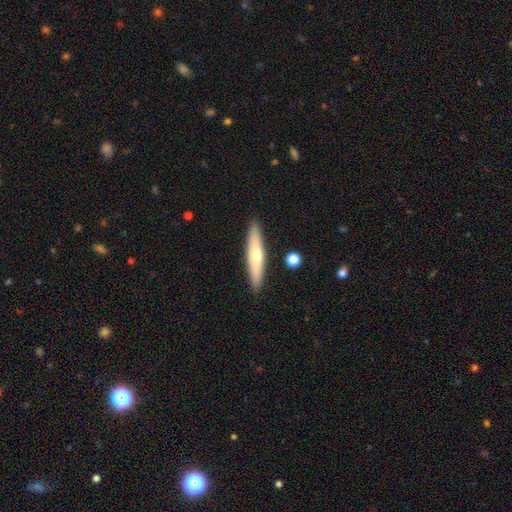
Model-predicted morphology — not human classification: Overall: smooth (54%; featured or disk 39%). How rounded: cigar-shaped (87%). Merging: none (90%).